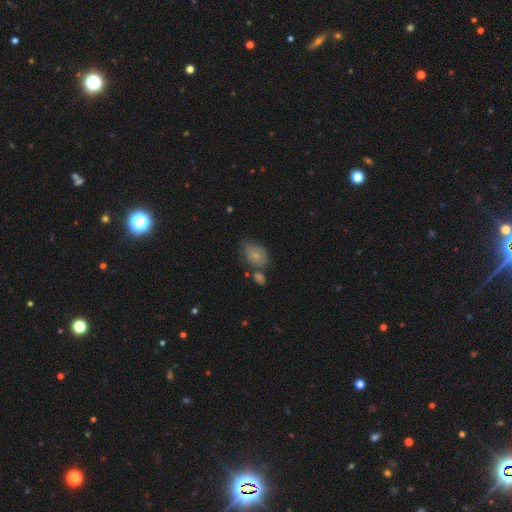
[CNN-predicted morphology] This appears to be a smooth galaxy with no disk features (72%) that is in between round and cigar-shaped (81%). Merging: none (49%).